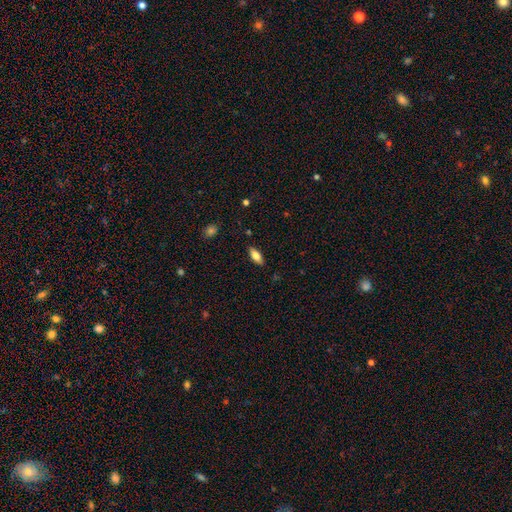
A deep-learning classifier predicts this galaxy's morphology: smooth_or_featured: smooth (p=0.75) [alt: featured or disk p=0.18]
how_rounded: in between (p=0.79) [alt: cigar-shaped p=0.19]
merging: none (p=0.87) [alt: minor disturbance p=0.10]